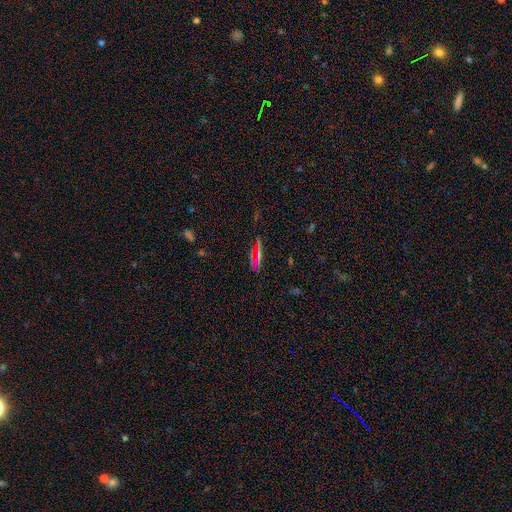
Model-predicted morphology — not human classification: A smooth galaxy with no disk features (48%). Merging: none (68%).